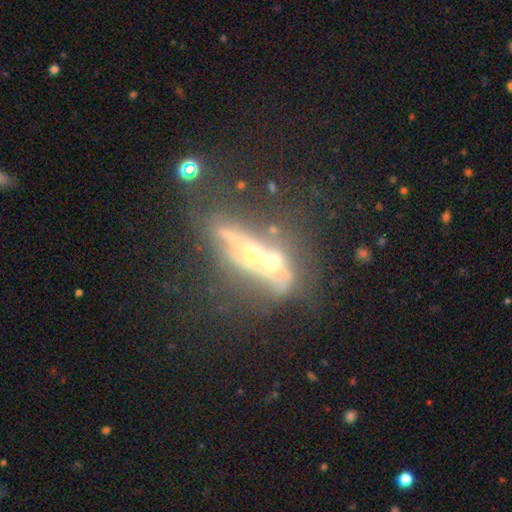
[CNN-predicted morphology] Q: Smooth or featured?
A: featured or disk (71%); runner-up: smooth (17%)
Q: Edge-on disk?
A: yes (66%); runner-up: no (34%)
Q: Merging?
A: merger (39%); runner-up: none (33%)